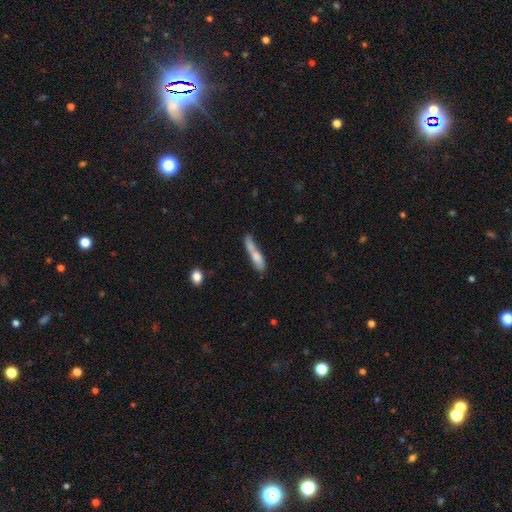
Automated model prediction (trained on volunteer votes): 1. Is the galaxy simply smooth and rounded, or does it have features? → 68% smooth, 25% featured or disk, 7% star or artifact.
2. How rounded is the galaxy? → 80% cigar-shaped, 18% in between, 2% round.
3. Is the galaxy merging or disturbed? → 40% none, 25% minor disturbance, 22% merger, 13% major disturbance.